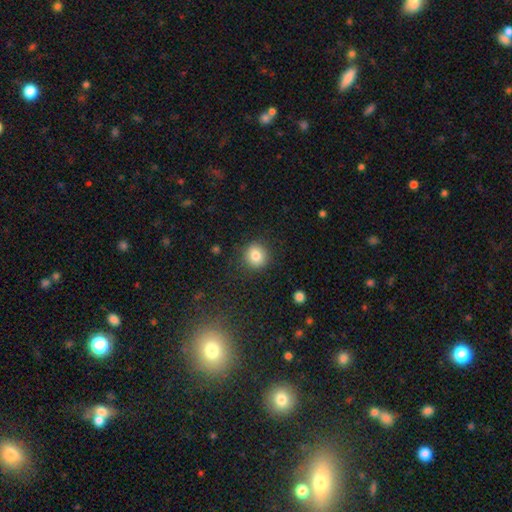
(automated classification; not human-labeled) A smooth galaxy with no disk features (83%) that is round (89%). Merging: none (88%).